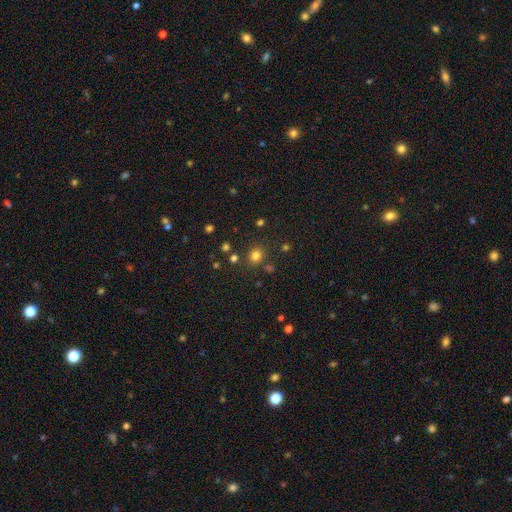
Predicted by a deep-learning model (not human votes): The model was most divided on "smooth or featured": smooth: 76%, star or artifact: 18%, featured or disk: 6%. More confident: how rounded — round (84%); merging — none (82%).